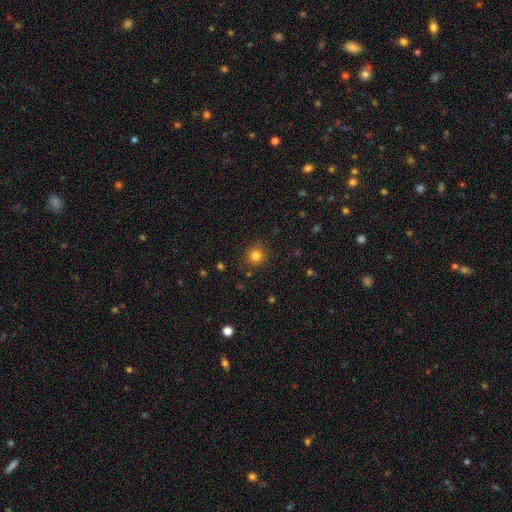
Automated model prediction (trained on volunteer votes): smooth-or-featured: smooth: 82% | star or artifact: 13% | featured or disk: 5%
  how-rounded: round: 92% | in between: 8% | cigar-shaped: 1%
  merging: none: 88% | minor disturbance: 8% | major disturbance: 3% | merger: 2%